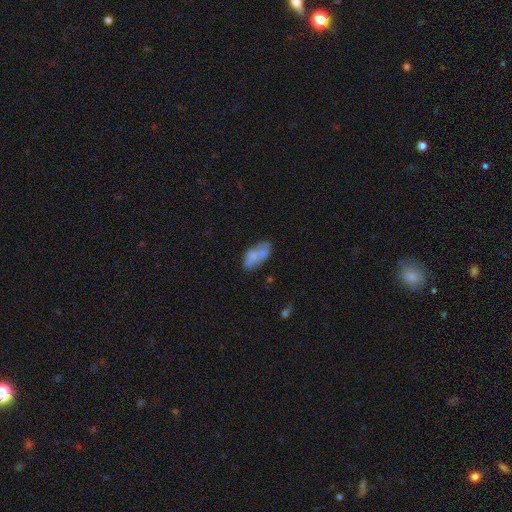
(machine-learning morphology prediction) A smooth galaxy with no disk features (52%) that is in between round and cigar-shaped (89%). Merging: none (43%).